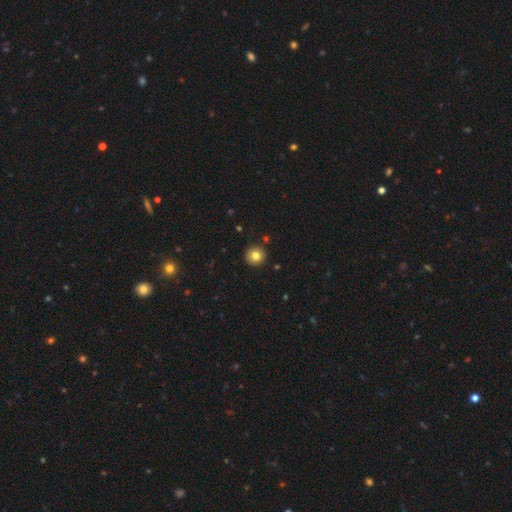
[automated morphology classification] Q: Smooth or featured?
A: smooth (80%); runner-up: star or artifact (11%)
Q: How rounded?
A: round (94%); runner-up: in between (5%)
Q: Merging?
A: none (91%); runner-up: minor disturbance (6%)